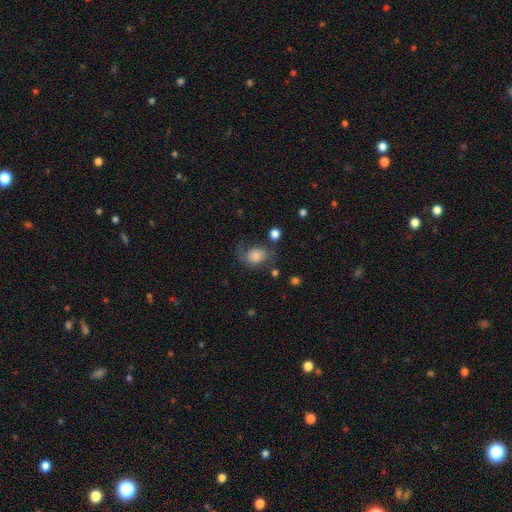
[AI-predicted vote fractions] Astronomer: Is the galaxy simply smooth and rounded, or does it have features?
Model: smooth — 62%.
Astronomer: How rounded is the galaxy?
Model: in between — 50% (runner-up: round, 49%).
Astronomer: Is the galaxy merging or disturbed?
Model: none — 49% (runner-up: minor disturbance, 25%).